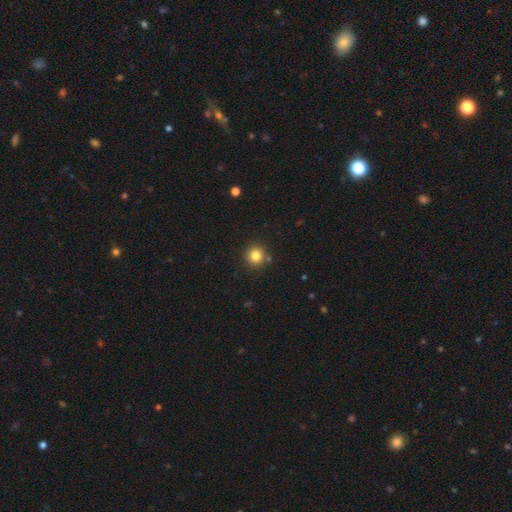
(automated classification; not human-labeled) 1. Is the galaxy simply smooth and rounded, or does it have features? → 81% smooth, 13% star or artifact, 6% featured or disk.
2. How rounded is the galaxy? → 94% round, 5% in between, 1% cigar-shaped.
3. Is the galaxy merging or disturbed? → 88% none, 7% minor disturbance, 4% merger, 2% major disturbance.